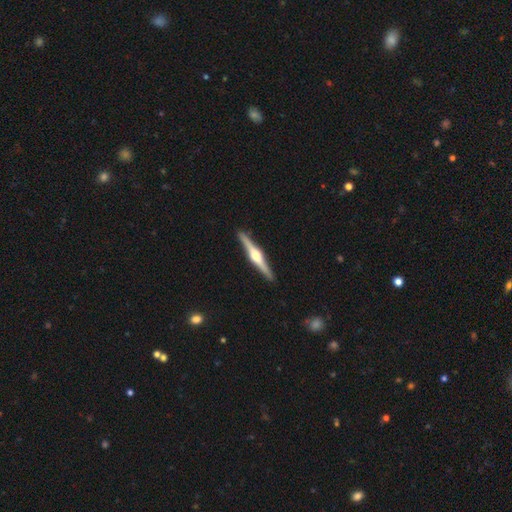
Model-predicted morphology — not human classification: Smooth or featured?
  - featured or disk: 83% *
  - smooth: 13%
  - star or artifact: 4%
Edge-on disk?
  - yes: 99% *
  - no: 1%
Edge-on bulge?
  - rounded: 92% *
  - boxy: 6%
  - none: 2%
Merging?
  - none: 92% *
  - minor disturbance: 5%
  - major disturbance: 1%
  - merger: 1%